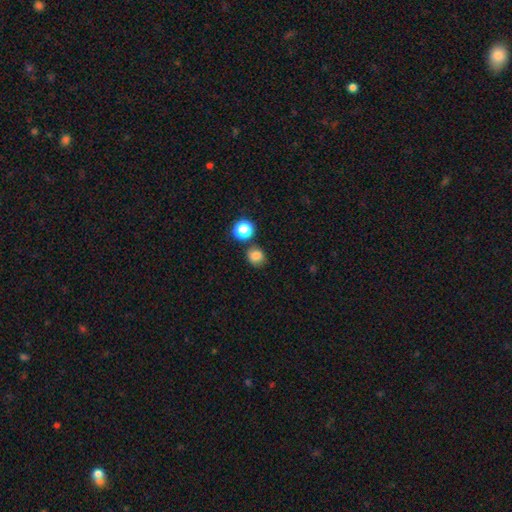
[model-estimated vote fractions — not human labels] The model was most divided on "how rounded": round: 80%, in between: 19%, cigar-shaped: 1%. More confident: smooth or featured — smooth (81%); merging — none (74%).